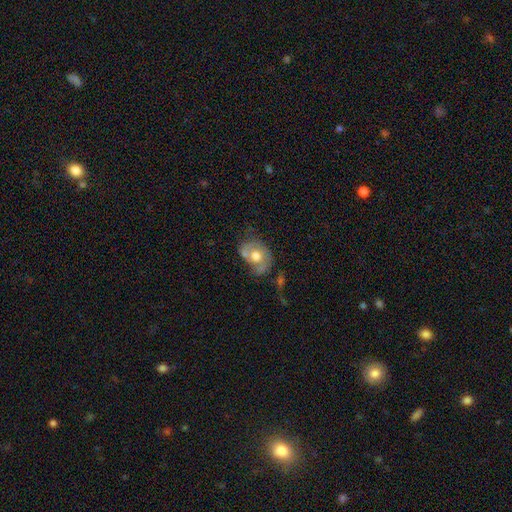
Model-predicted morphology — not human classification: Overall: smooth (47%; featured or disk 45%). Merging: none (35%; minor disturbance 25%).